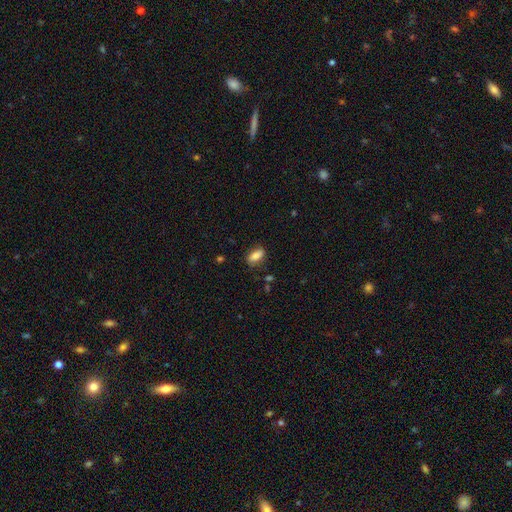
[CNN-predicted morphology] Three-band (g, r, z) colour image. It shows a smooth galaxy with no disk features (81%) that is in between round and cigar-shaped (84%). Merging: none (78%).